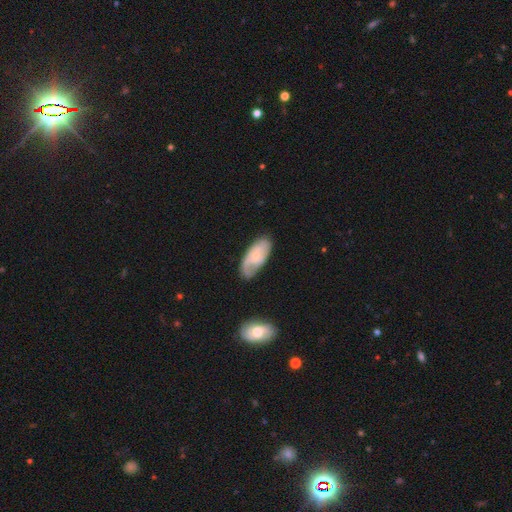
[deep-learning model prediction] Smooth or featured: featured or disk — 57% (smooth — 36%)
Edge-on disk: no — 94% (yes — 6%)
Bar: no — 65% (weak — 30%)
Spiral arms: yes — 89% (no — 11%)
Bulge size: small — 60% (moderate — 19%)
Merging: none — 65% (minor disturbance — 24%)